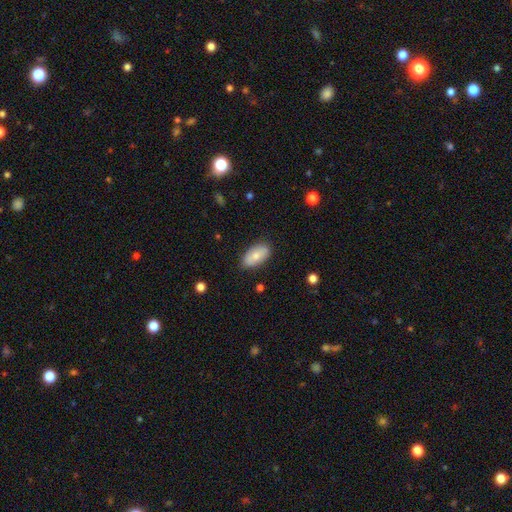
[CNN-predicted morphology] type=smooth (72%); roundness=in between (92%); merging=none (83%).